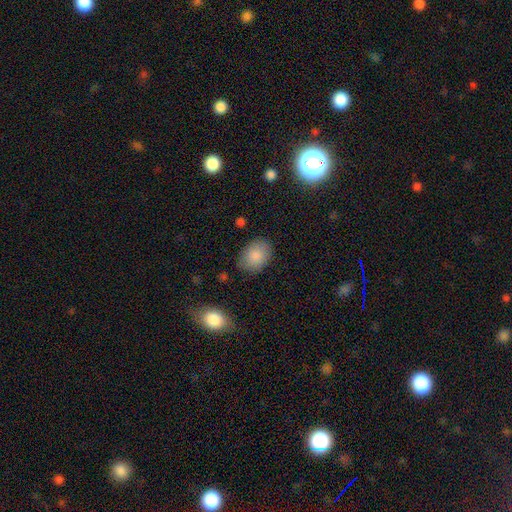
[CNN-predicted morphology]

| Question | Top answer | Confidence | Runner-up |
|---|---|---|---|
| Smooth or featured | smooth | 86% | star or artifact (7%) |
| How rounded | in between | 76% | round (23%) |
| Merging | none | 81% | minor disturbance (14%) |